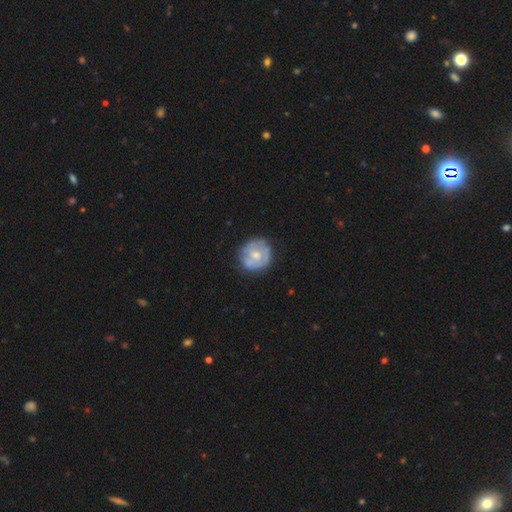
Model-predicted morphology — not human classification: Smooth or featured? featured or disk (50%)
Merging? none (69%)